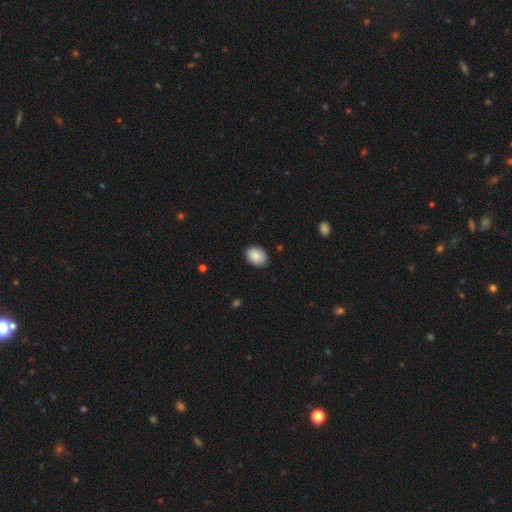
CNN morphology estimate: Q: Smooth or featured?
A: smooth (88%); runner-up: star or artifact (7%)
Q: How rounded?
A: in between (75%); runner-up: round (24%)
Q: Merging?
A: none (86%); runner-up: minor disturbance (11%)